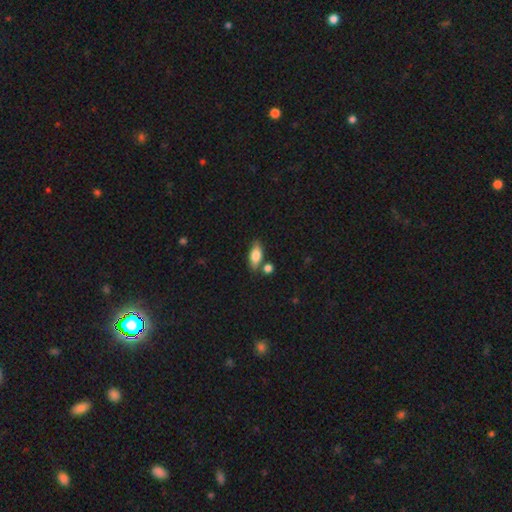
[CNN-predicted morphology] smooth 76%, featured or disk 17%, star or artifact 7%. Down the decision tree: how rounded — in between (81%); merging — none (74%).